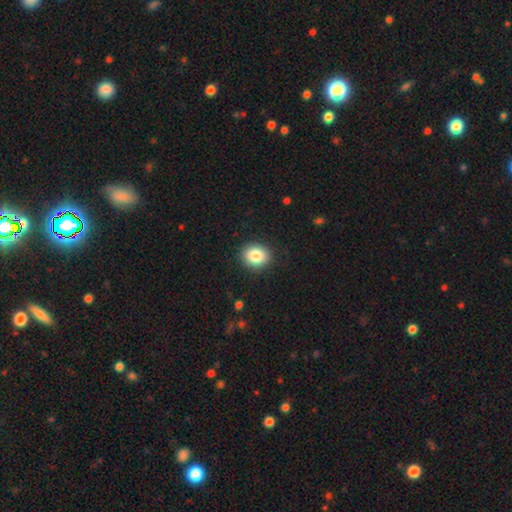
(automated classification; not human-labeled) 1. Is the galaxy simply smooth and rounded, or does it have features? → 85% smooth, 9% star or artifact, 6% featured or disk.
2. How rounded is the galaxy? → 66% round, 33% in between, 1% cigar-shaped.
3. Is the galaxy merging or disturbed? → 90% none, 7% minor disturbance, 2% major disturbance, 1% merger.